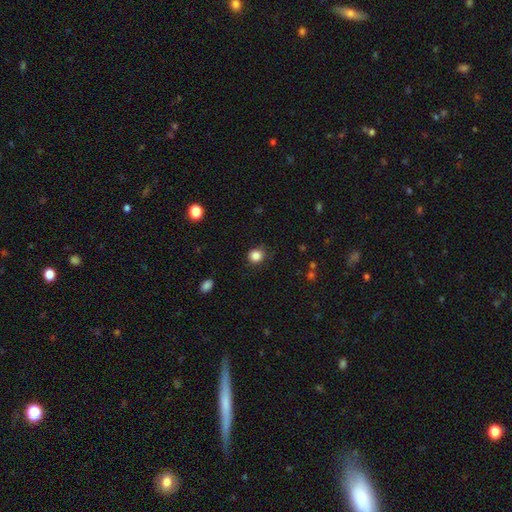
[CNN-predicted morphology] Q: Smooth or featured?
A: smooth (85%); runner-up: star or artifact (11%)
Q: How rounded?
A: round (83%); runner-up: in between (16%)
Q: Merging?
A: none (81%); runner-up: minor disturbance (14%)